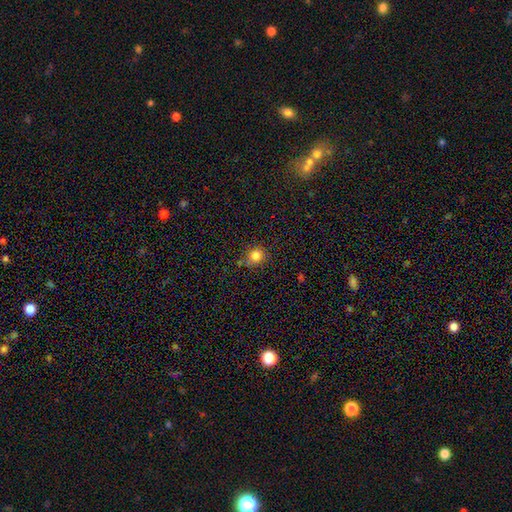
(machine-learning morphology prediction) Q: Smooth or featured?
A: smooth (82%); runner-up: star or artifact (13%)
Q: How rounded?
A: round (84%); runner-up: in between (15%)
Q: Merging?
A: none (72%); runner-up: minor disturbance (17%)